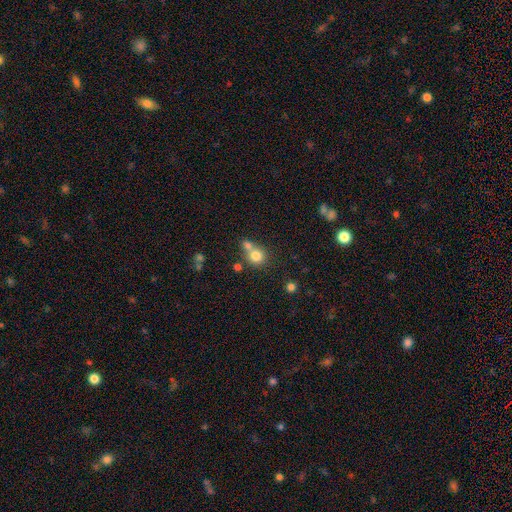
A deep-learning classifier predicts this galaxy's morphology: Smooth or featured: smooth — 78% (star or artifact — 12%)
How rounded: round — 87% (in between — 12%)
Merging: none — 47% (merger — 43%)